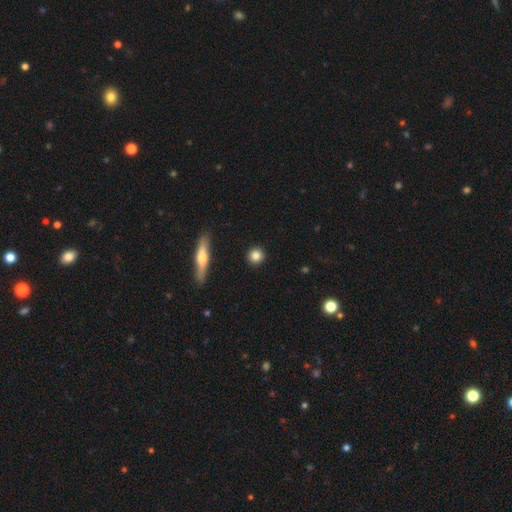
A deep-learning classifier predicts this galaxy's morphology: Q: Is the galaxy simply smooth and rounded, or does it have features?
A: smooth — 84%.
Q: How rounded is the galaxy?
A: round — 92%.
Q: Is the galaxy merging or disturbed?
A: none — 92%.